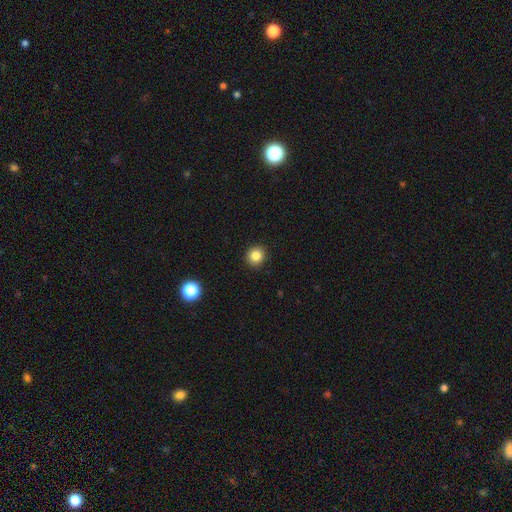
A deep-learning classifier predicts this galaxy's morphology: type=smooth (83%); roundness=round (90%); merging=none (92%).